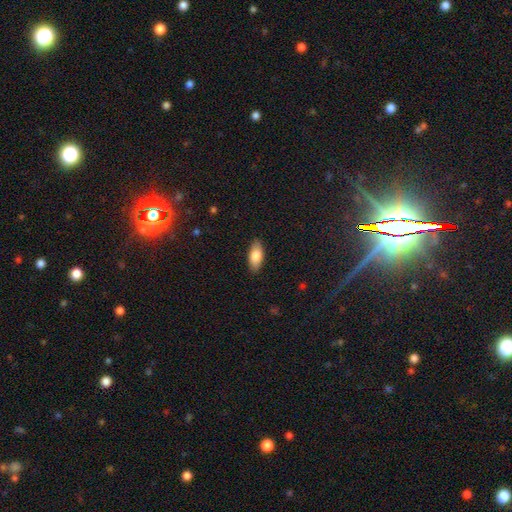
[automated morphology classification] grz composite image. It shows a smooth galaxy with no disk features (81%) that is in between round and cigar-shaped (87%). Merging: none (88%).